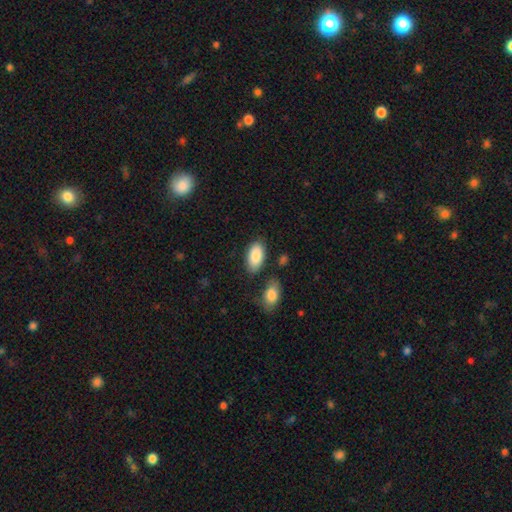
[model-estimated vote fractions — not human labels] Overall: smooth (89%). How rounded: in between (95%). Merging: none (77%).